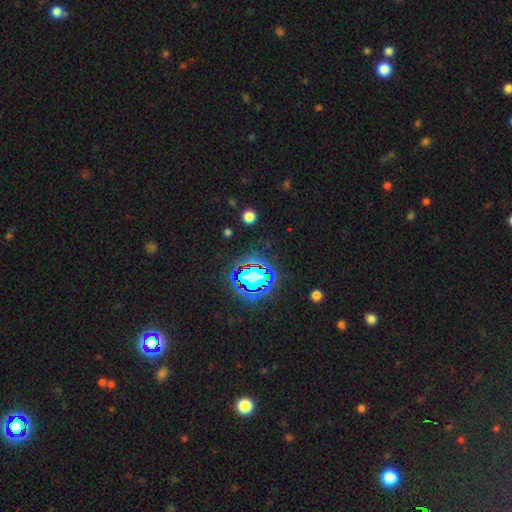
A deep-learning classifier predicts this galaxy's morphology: The model was most divided on "smooth or featured": star or artifact: 81%, smooth: 12%, featured or disk: 7%.